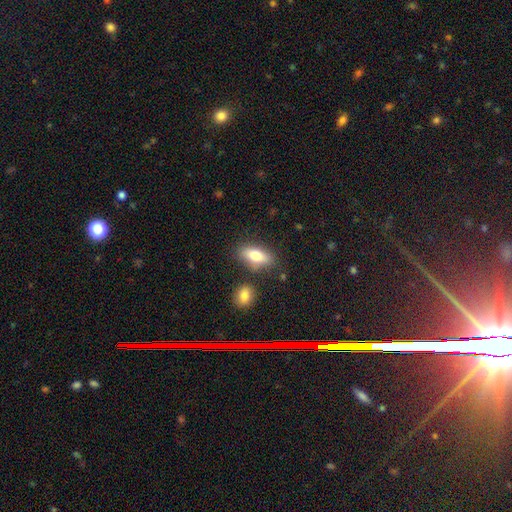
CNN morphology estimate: A smooth galaxy with no disk features (76%) that is in between round and cigar-shaped (81%). Merging: none (76%).